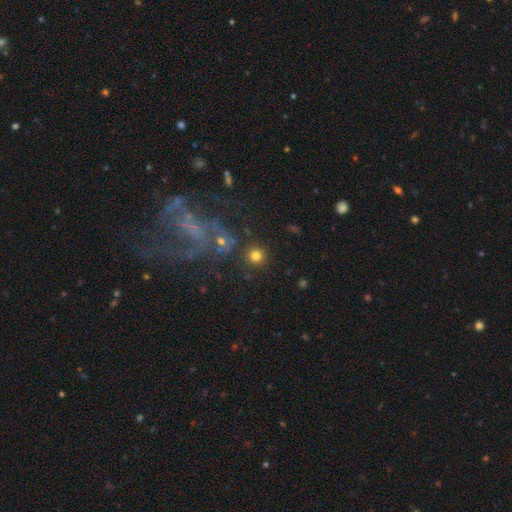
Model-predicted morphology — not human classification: The model was most divided on "smooth or featured": smooth: 79%, star or artifact: 14%, featured or disk: 8%. More confident: how rounded — round (94%); merging — none (87%).